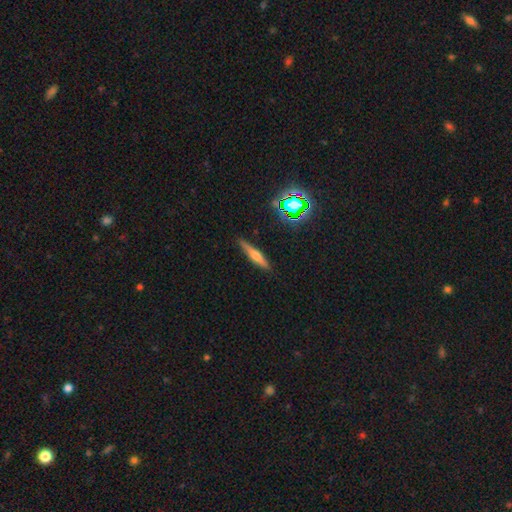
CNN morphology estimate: This appears to be a featured or disk galaxy (49%). Merging: none (87%).